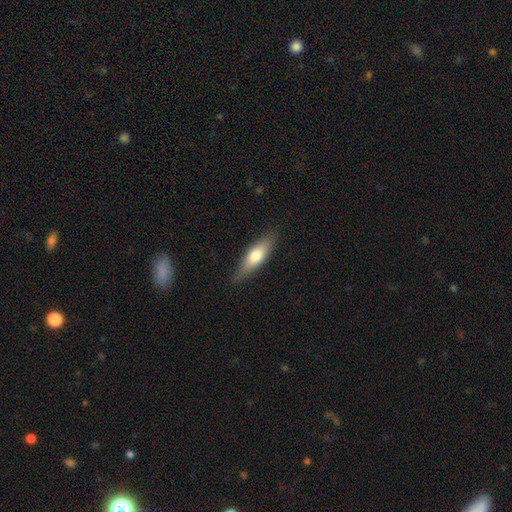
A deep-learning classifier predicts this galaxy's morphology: Smooth or featured? smooth (64%)
How rounded? cigar-shaped (55%)
Merging? none (85%)